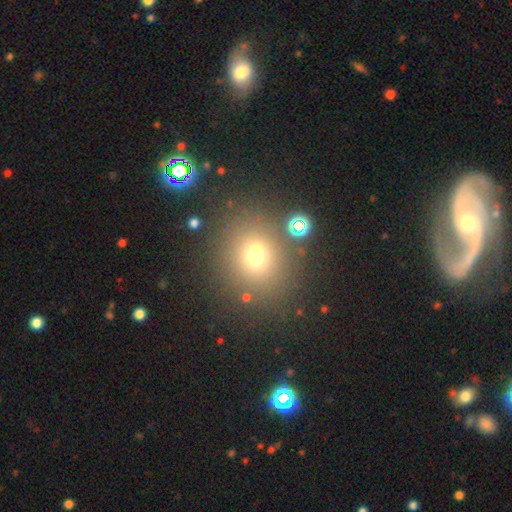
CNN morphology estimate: This is likely a smooth galaxy (64%). How rounded: likely round (73%). Merging: likely none (65%).